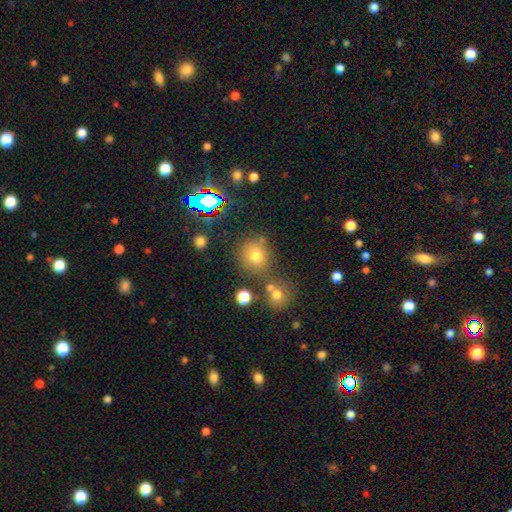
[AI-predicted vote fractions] Smooth or featured: smooth — 71% (star or artifact — 20%)
How rounded: round — 85% (in between — 14%)
Merging: none — 67% (merger — 15%)